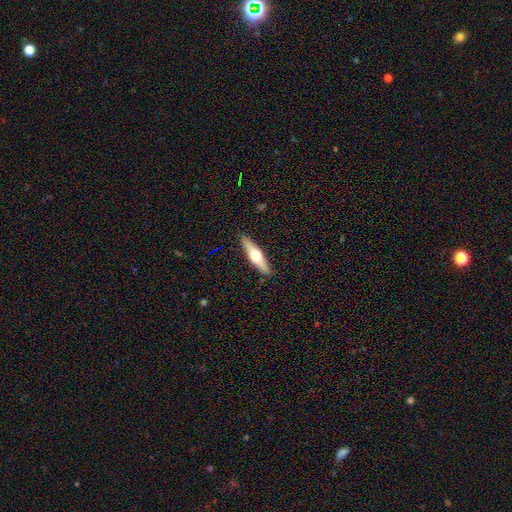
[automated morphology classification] This appears to be a featured or disk galaxy (51%) viewed edge-on (92%). Merging: none (89%).